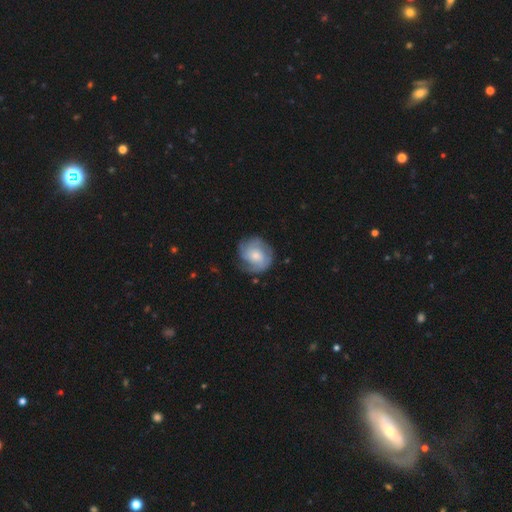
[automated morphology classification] This is likely a featured or disk galaxy (63%). It is clearly not viewed edge-on (98%). Bar: likely no (75%). Spiral arm pattern: clearly yes (90%). Spiral arm count: marginally can't tell (30%). Spiral winding: possibly tight (51%). Central bulge: possibly moderate (47%). Merging: likely none (71%).